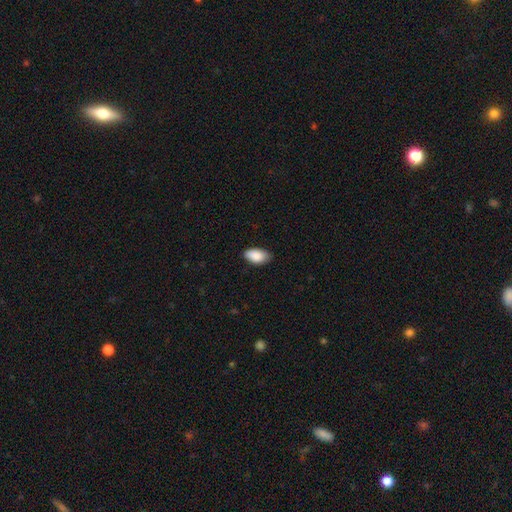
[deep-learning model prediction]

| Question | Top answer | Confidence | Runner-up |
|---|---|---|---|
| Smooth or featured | smooth | 89% | star or artifact (6%) |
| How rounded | in between | 94% | round (3%) |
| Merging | none | 79% | minor disturbance (17%) |